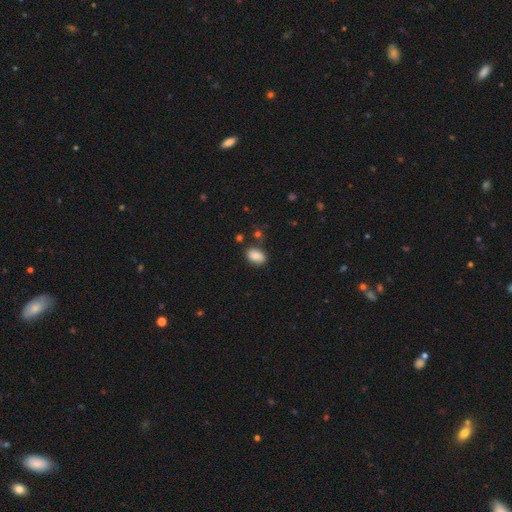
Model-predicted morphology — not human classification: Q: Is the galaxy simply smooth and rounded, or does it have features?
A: smooth — 85%.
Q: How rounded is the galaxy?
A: in between — 87%.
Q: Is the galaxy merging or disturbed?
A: none — 78%.